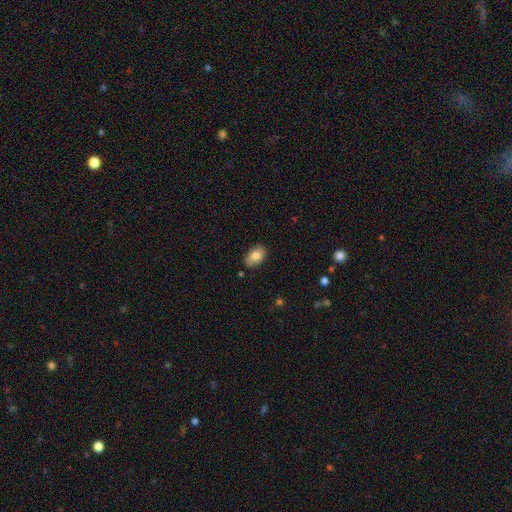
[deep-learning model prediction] Smooth or featured?
  - smooth: 82% *
  - featured or disk: 11%
  - star or artifact: 7%
How rounded?
  - in between: 89% *
  - round: 9%
  - cigar-shaped: 1%
Merging?
  - none: 81% *
  - minor disturbance: 15%
  - major disturbance: 2%
  - merger: 2%